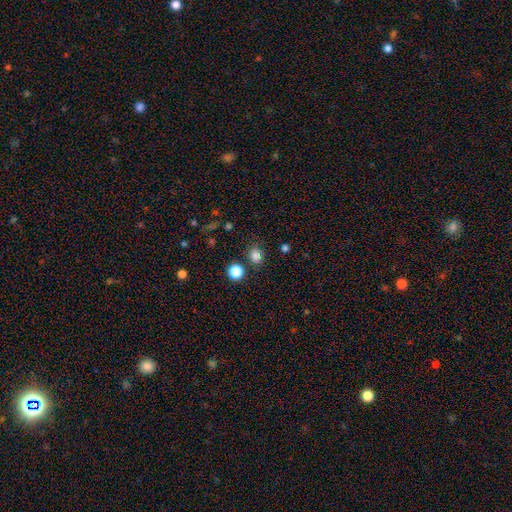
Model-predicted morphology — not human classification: A smooth galaxy with no disk features (81%) that is round (74%). Merging: none (79%).